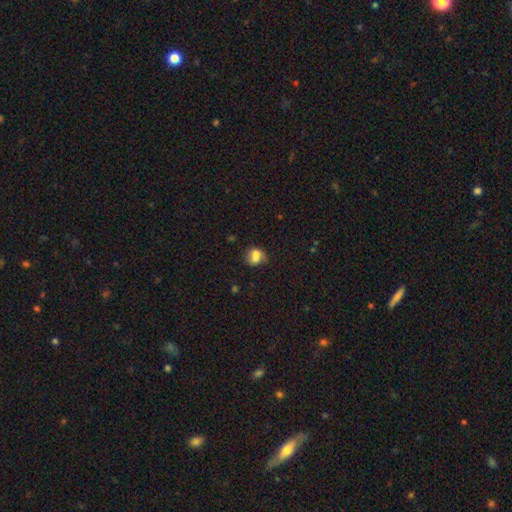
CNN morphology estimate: Smooth or featured: smooth — 74% (featured or disk — 15%)
How rounded: round — 57% (in between — 42%)
Merging: none — 44% (merger — 27%)